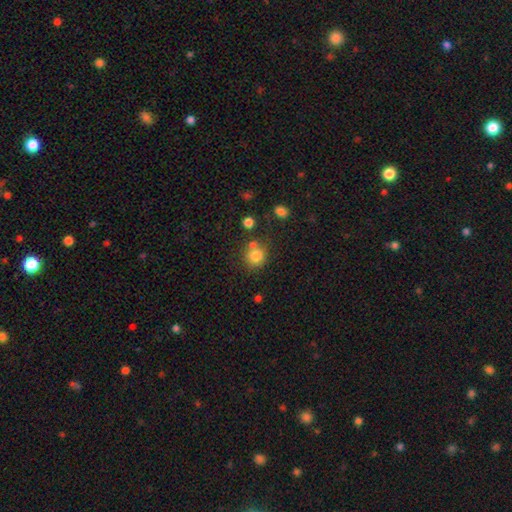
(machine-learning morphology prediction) A smooth galaxy with no disk features (80%) that is round (88%).

Vote fractions:
- Smooth or featured? smooth: 80% / star or artifact: 12% / featured or disk: 8%
- How rounded? round: 88% / in between: 11% / cigar-shaped: 1%
- Merging? none: 66% / merger: 20% / minor disturbance: 11% / major disturbance: 4%